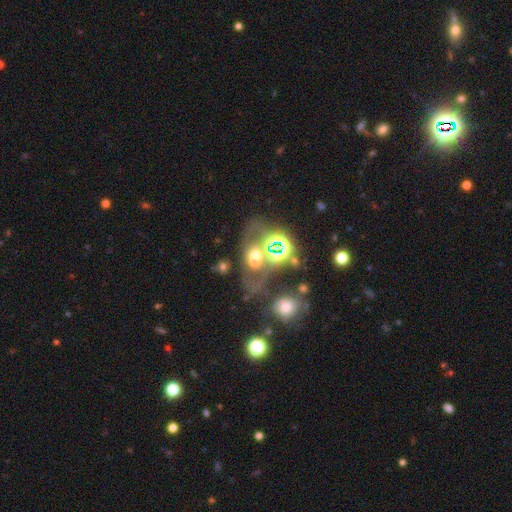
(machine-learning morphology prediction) smooth_or_featured: smooth (p=0.38) [alt: star or artifact p=0.33]
merging: merger (p=0.47) [alt: none p=0.28]